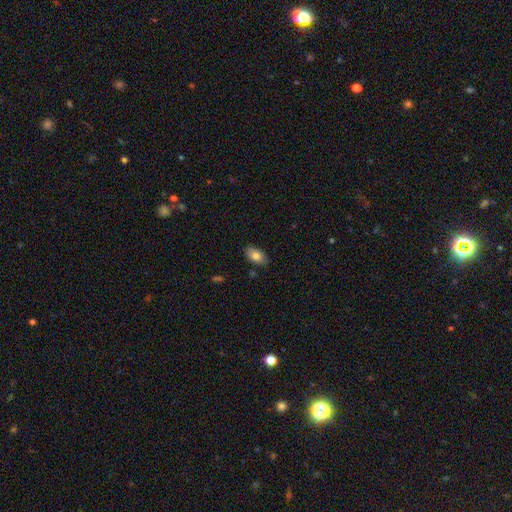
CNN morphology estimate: Smooth or featured: smooth — 83% (featured or disk — 10%)
How rounded: in between — 92% (round — 5%)
Merging: none — 85% (minor disturbance — 11%)